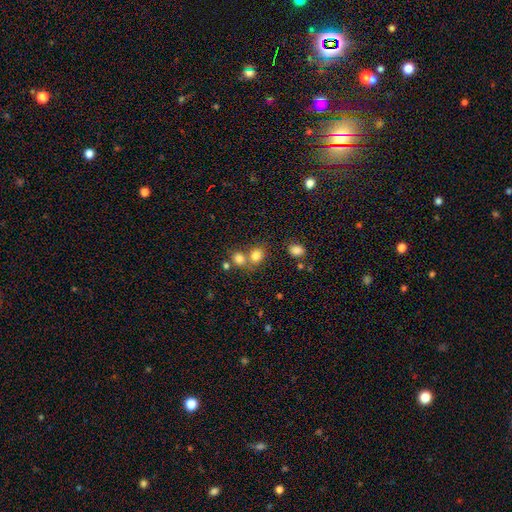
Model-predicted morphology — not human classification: This appears to be a smooth galaxy with no disk features (80%) that is round (67%). Merging: none (49%).